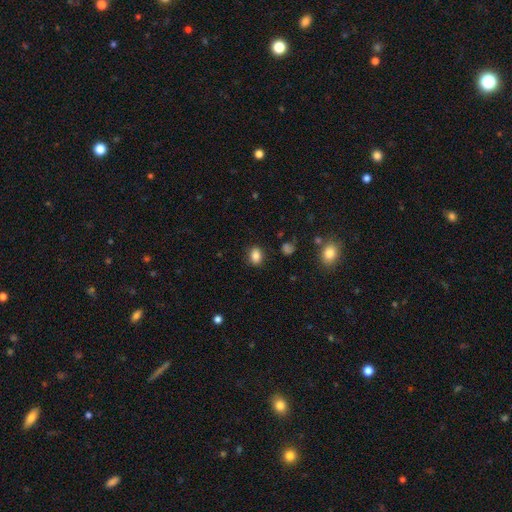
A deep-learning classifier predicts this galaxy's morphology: Q: Smooth or featured?
A: smooth (84%); runner-up: star or artifact (10%)
Q: How rounded?
A: in between (71%); runner-up: round (28%)
Q: Merging?
A: none (87%); runner-up: minor disturbance (9%)